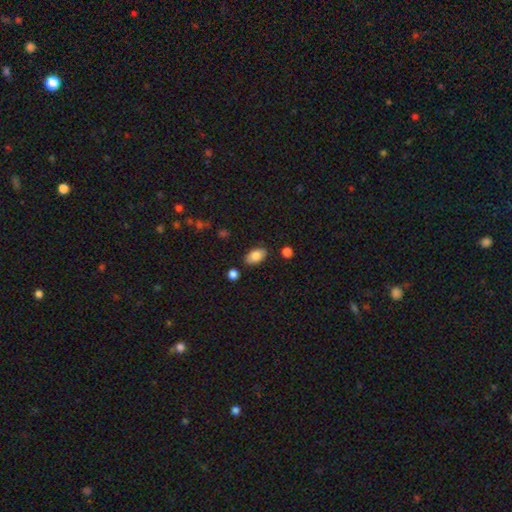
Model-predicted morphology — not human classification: smooth 83%, featured or disk 10%, star or artifact 7%. Down the decision tree: how rounded — in between (93%); merging — none (83%).